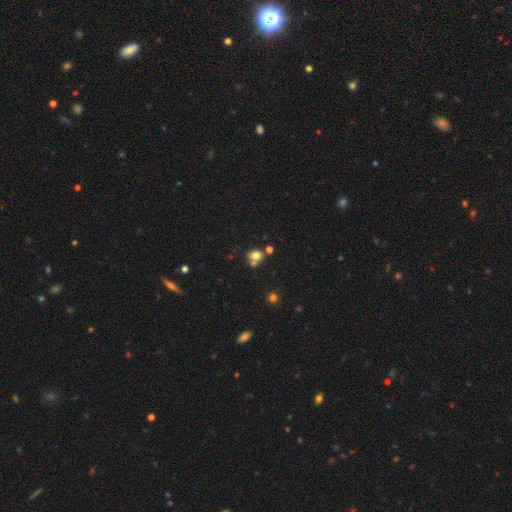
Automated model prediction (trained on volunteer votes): Morphology: type=smooth (73%); roundness=round (54%); merging=none (48%).